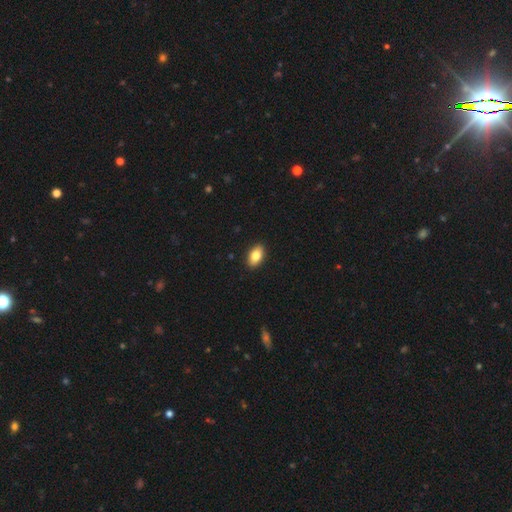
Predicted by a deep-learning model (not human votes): smooth_or_featured: smooth (p=0.84) [alt: featured or disk p=0.09]
how_rounded: in between (p=0.91) [alt: round p=0.07]
merging: none (p=0.91) [alt: minor disturbance p=0.07]